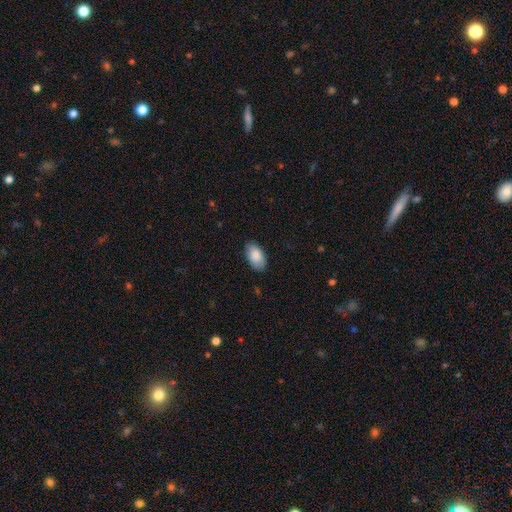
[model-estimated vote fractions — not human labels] A smooth galaxy with no disk features (88%) that is in between round and cigar-shaped (95%). Merging: none (84%).